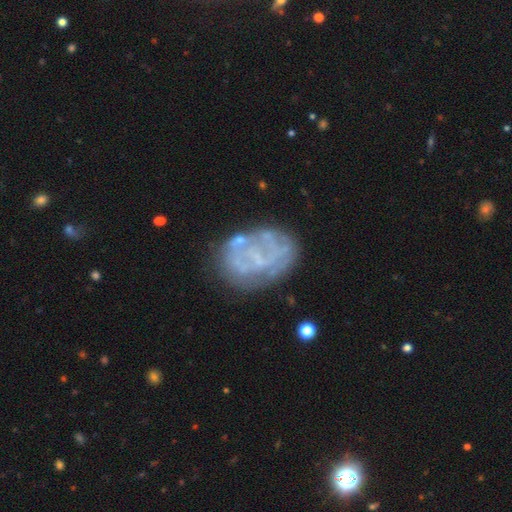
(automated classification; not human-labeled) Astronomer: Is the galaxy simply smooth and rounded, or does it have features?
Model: featured or disk — 68%.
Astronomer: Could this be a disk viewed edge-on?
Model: no — 98%.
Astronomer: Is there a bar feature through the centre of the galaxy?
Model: no — 77%.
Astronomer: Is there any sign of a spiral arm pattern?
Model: no — 63%.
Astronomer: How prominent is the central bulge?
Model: none — 67%.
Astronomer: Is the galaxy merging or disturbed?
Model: none — 63%.